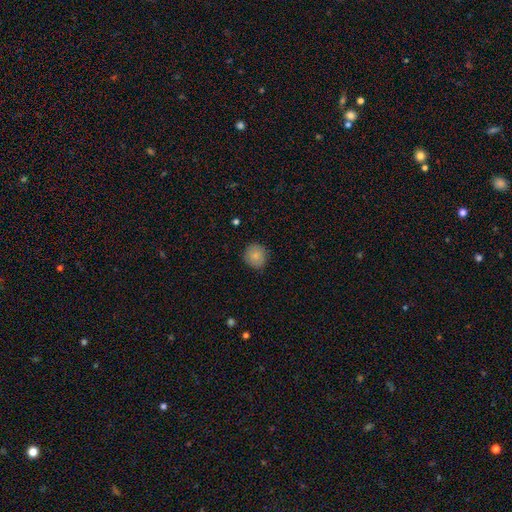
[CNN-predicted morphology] smooth 84%, star or artifact 8%, featured or disk 8%. Down the decision tree: how rounded — round (87%); merging — none (86%).